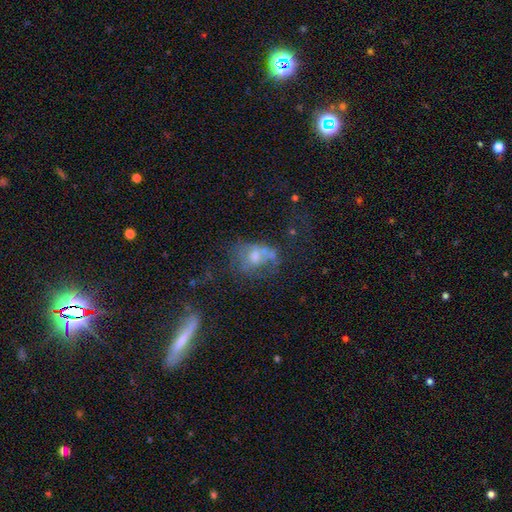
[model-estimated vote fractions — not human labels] Smooth or featured? featured or disk (44%)
Merging? major disturbance (33%)